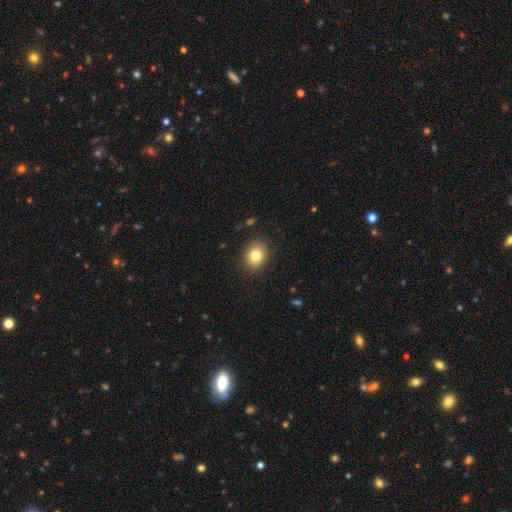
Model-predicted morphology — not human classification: The model was most divided on "how rounded": round: 58%, in between: 41%, cigar-shaped: 1%. More confident: merging — none (89%); smooth or featured — smooth (81%).